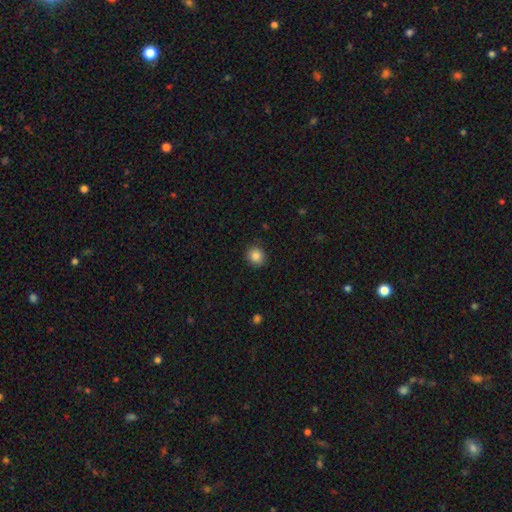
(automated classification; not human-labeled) Smooth or featured? smooth (85%)
How rounded? round (87%)
Merging? none (90%)